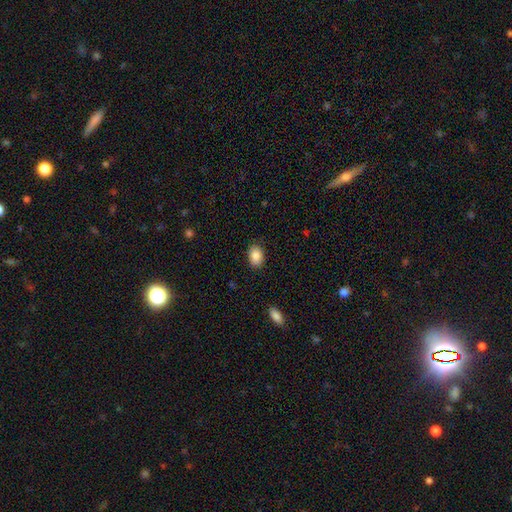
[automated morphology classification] Smooth or featured? smooth (88%)
How rounded? in between (82%)
Merging? none (85%)